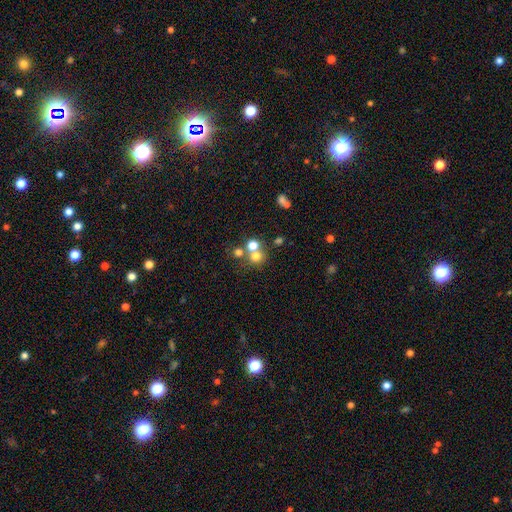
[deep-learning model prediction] Smooth or featured? Predicted: smooth (p=0.67). How rounded? Predicted: round (p=0.87). Merging? Predicted: none (p=0.49).